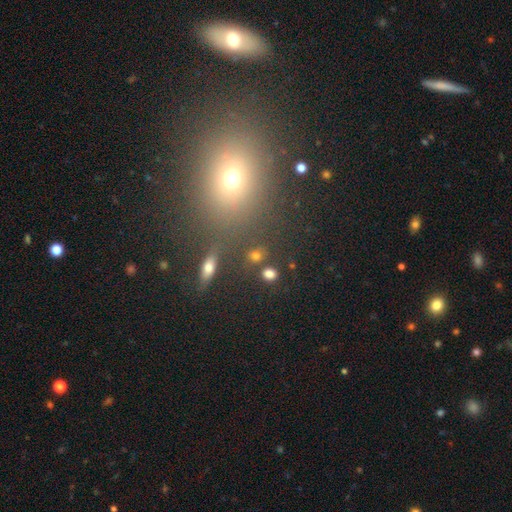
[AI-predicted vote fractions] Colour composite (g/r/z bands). It shows a smooth galaxy with no disk features (79%) that is round (68%). Merging: none (82%).